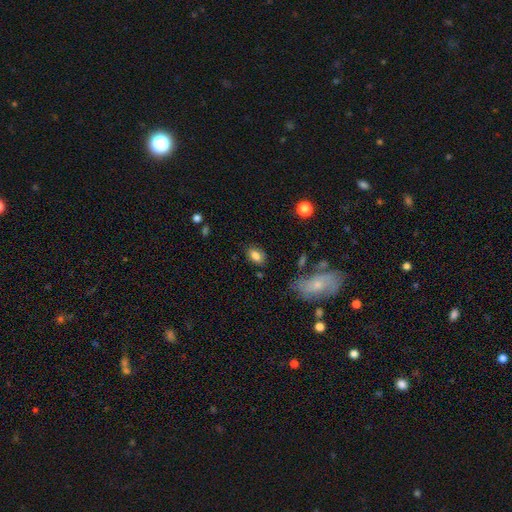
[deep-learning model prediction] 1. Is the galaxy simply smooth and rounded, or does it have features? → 80% smooth, 11% featured or disk, 8% star or artifact.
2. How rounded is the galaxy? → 88% in between, 10% round, 2% cigar-shaped.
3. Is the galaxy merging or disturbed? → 79% none, 14% minor disturbance, 4% major disturbance, 3% merger.